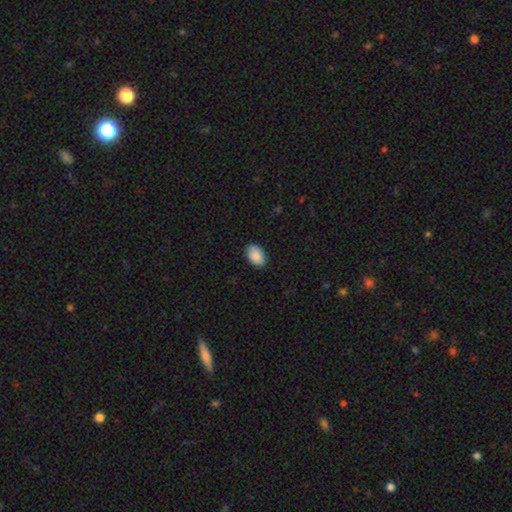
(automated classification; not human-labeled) A smooth galaxy with no disk features (90%) that is in between round and cigar-shaped (90%). Merging: none (87%).